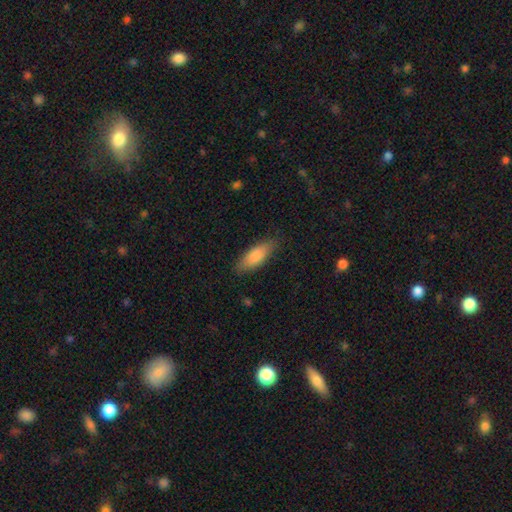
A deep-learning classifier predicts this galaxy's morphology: Overall: smooth (86%). How rounded: in between (68%; cigar-shaped 30%). Merging: none (82%).